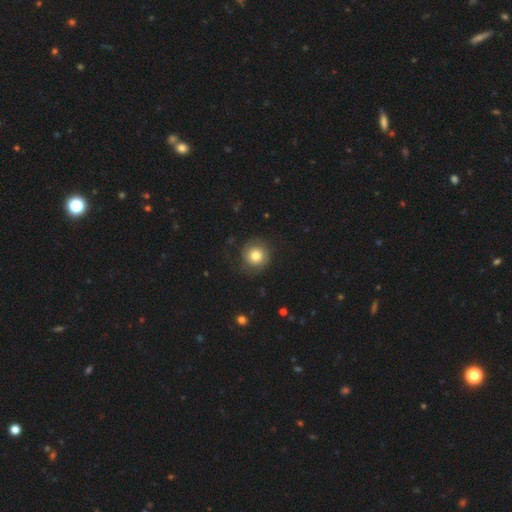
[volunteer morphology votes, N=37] Volunteers were most divided on "merging": none: 57%, major disturbance: 23%, minor disturbance: 17%, merger: 3%. More confident: how rounded — round (89%); smooth or featured — smooth (76%).